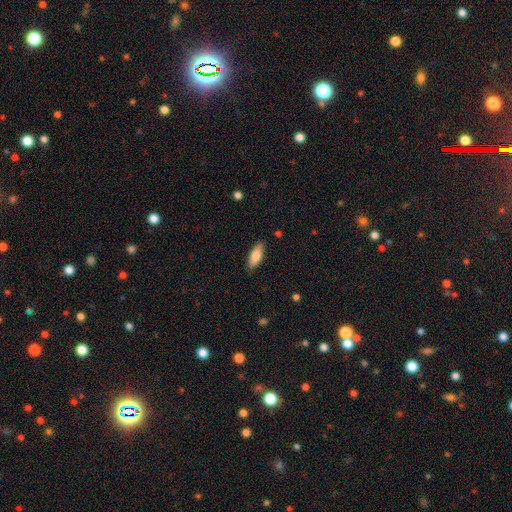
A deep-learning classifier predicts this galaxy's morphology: This is clearly a smooth galaxy (81%). How rounded: likely in between (69%). Merging: clearly none (87%).